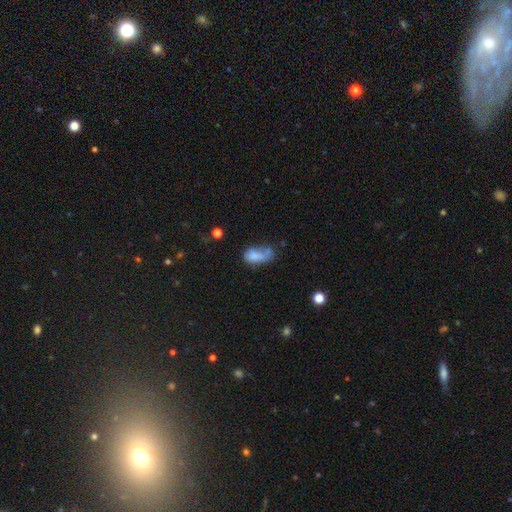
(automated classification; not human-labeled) Q: Smooth or featured?
A: smooth (71%); runner-up: featured or disk (19%)
Q: How rounded?
A: in between (87%); runner-up: cigar-shaped (7%)
Q: Merging?
A: major disturbance (30%); runner-up: none (26%)